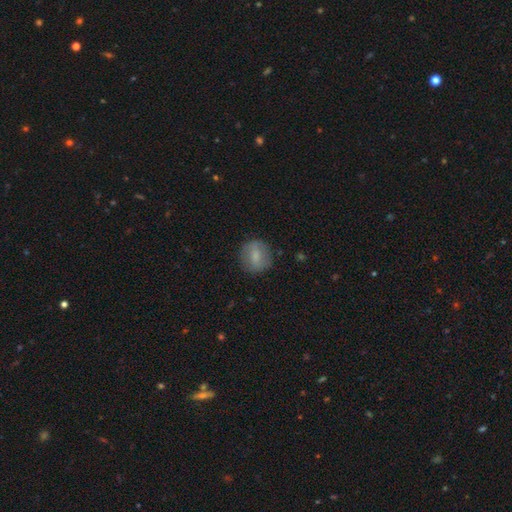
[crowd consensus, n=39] Morphology: type=smooth (72%); roundness=round (96%); merging=none (86%).